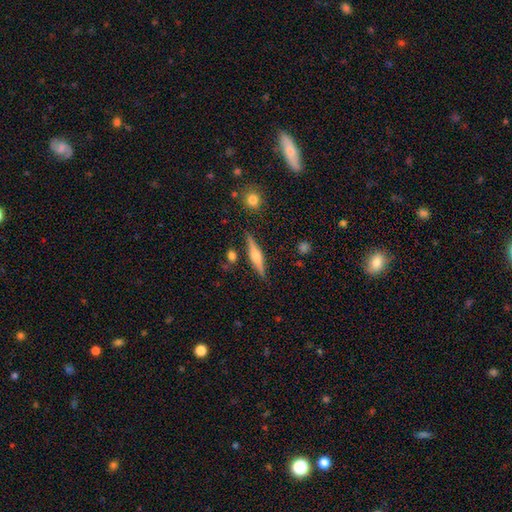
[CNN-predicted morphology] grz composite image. It shows a featured or disk galaxy (69%) viewed edge-on (97%) with a rounded central bulge (85%). Merging: none (87%).